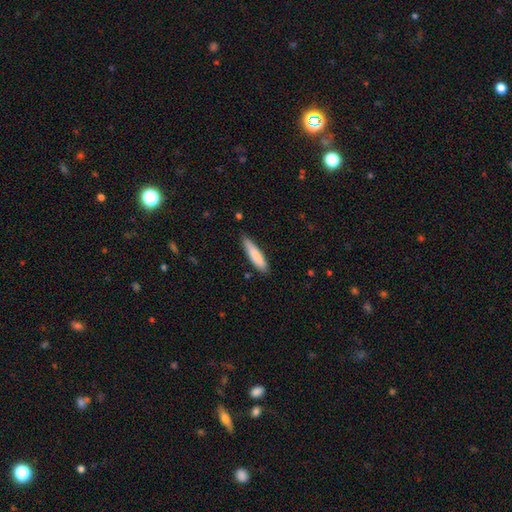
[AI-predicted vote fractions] smooth-or-featured: smooth: 83% | featured or disk: 11% | star or artifact: 5%
  how-rounded: cigar-shaped: 80% | in between: 19% | round: 1%
  merging: none: 80% | minor disturbance: 16% | major disturbance: 2% | merger: 2%